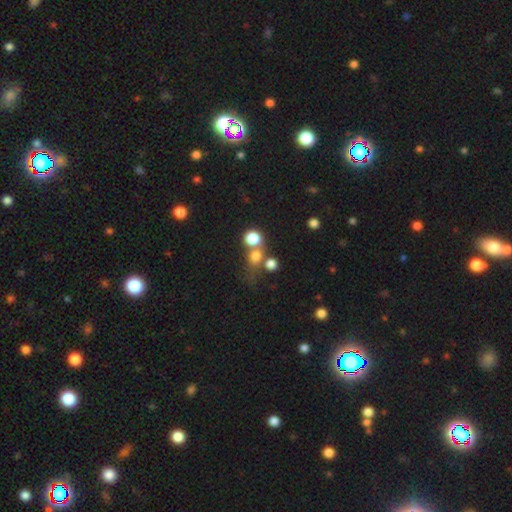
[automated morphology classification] A smooth galaxy with no disk features (73%) that is round (81%). Merging: none (45%).